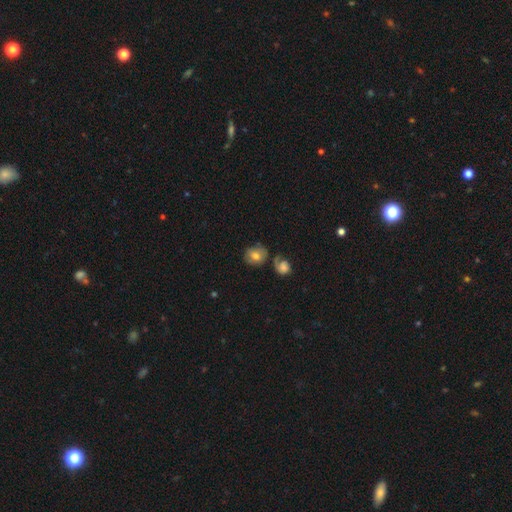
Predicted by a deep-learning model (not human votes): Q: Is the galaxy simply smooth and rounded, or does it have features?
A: smooth — 70%.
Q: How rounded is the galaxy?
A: round — 68%.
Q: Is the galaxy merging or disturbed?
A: none — 57%.